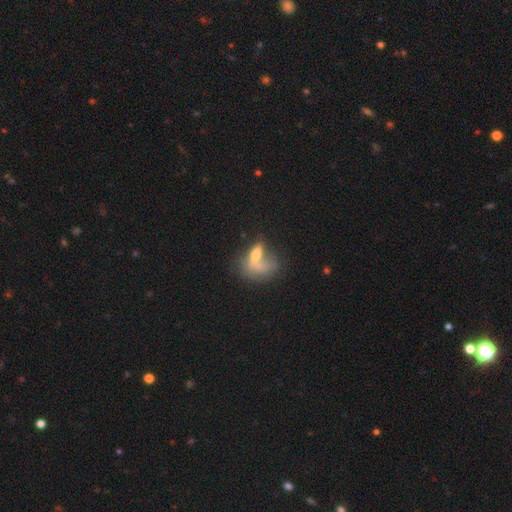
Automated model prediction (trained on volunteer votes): This appears to be a smooth galaxy with no disk features (48%). Merging: major disturbance (36%).